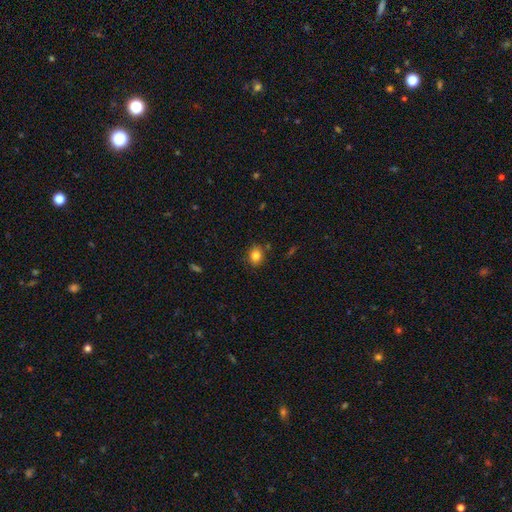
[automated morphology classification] The model was most divided on "how rounded": round: 56%, in between: 43%, cigar-shaped: 1%. More confident: merging — none (83%); smooth or featured — smooth (83%).